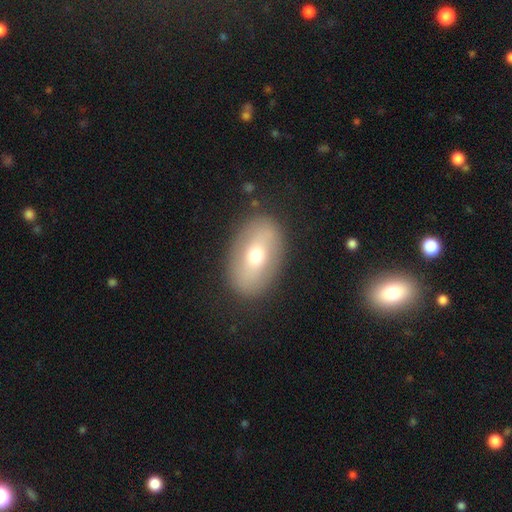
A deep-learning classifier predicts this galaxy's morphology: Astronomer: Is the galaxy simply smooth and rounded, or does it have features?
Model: smooth — 50% (runner-up: featured or disk, 43%).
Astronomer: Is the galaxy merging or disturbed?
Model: none — 84%.